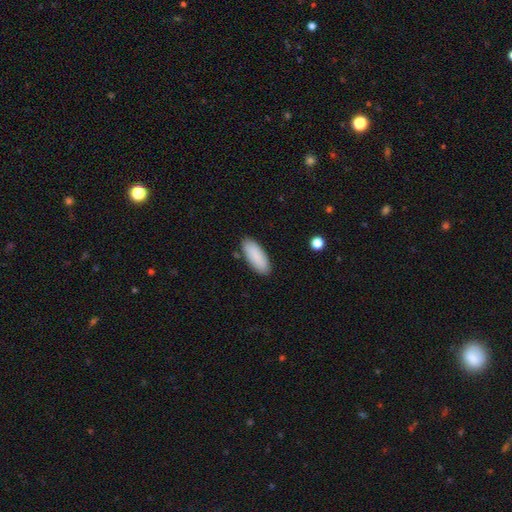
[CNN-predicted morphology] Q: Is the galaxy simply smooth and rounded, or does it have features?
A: smooth — 86%.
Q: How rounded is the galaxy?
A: in between — 75%.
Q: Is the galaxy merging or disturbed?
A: none — 85%.